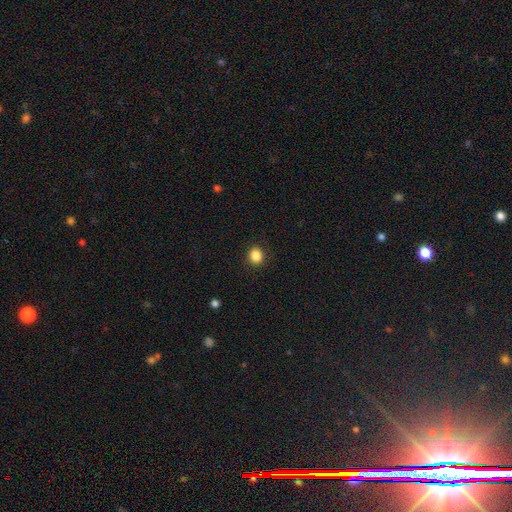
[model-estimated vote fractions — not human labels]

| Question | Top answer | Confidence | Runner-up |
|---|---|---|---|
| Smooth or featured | smooth | 87% | star or artifact (10%) |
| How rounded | round | 76% | in between (23%) |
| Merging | none | 91% | minor disturbance (6%) |